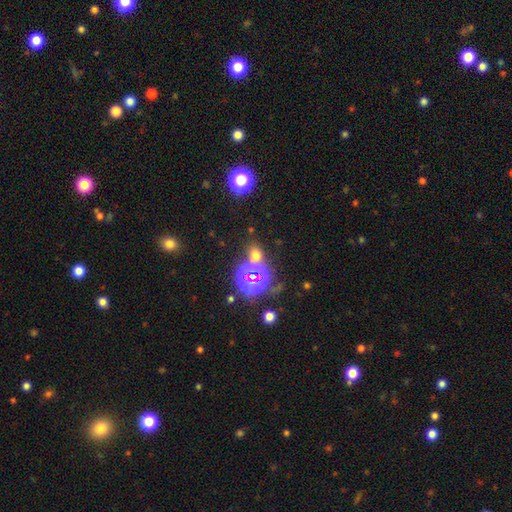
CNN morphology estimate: This appears to be a smooth galaxy with no disk features (48%). Merging: none (71%).